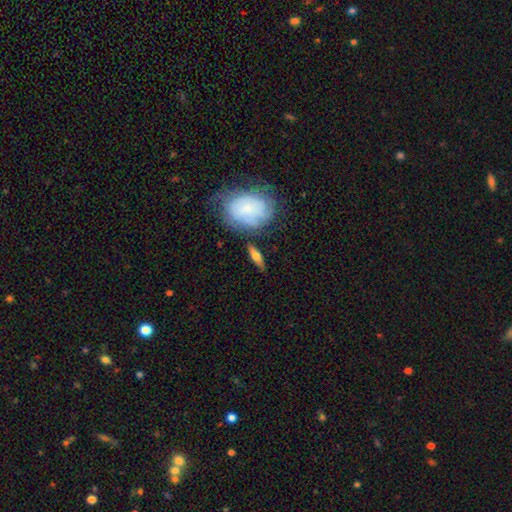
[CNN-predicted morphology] This is possibly a featured or disk galaxy (47%). Merging: likely none (77%).